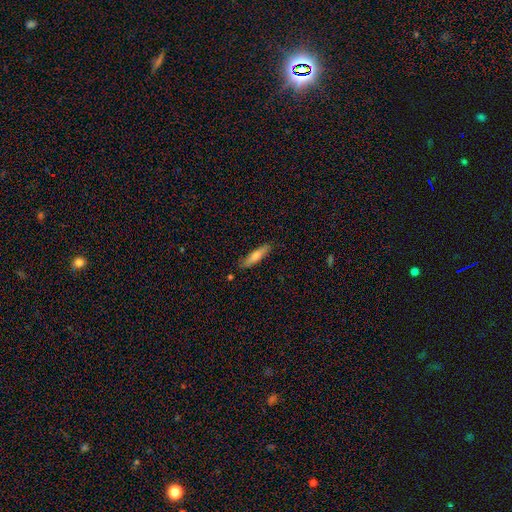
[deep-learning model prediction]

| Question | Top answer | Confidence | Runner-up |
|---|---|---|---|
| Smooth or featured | smooth | 64% | featured or disk (30%) |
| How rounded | cigar-shaped | 81% | in between (17%) |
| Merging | none | 85% | minor disturbance (11%) |